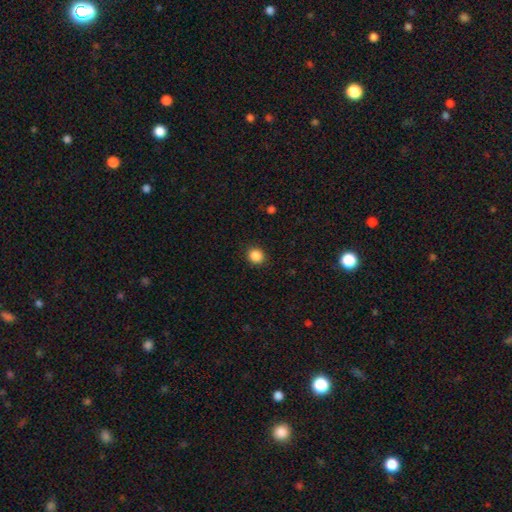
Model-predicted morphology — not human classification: smooth_or_featured: smooth (p=0.87) [alt: star or artifact p=0.10]
how_rounded: round (p=0.81) [alt: in between p=0.19]
merging: none (p=0.90) [alt: minor disturbance p=0.07]